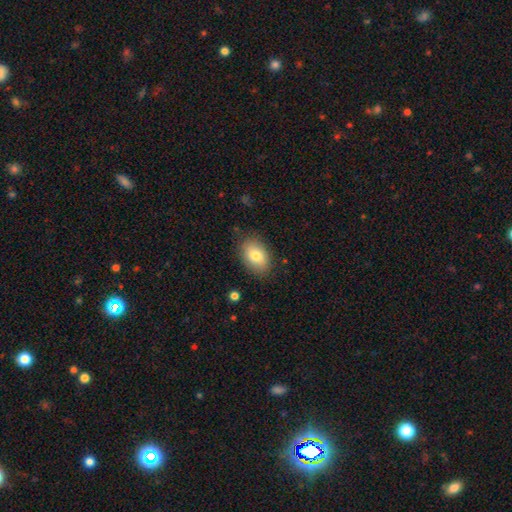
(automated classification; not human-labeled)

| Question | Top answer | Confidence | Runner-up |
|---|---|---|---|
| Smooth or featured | smooth | 79% | featured or disk (13%) |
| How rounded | in between | 86% | round (13%) |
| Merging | none | 83% | minor disturbance (12%) |